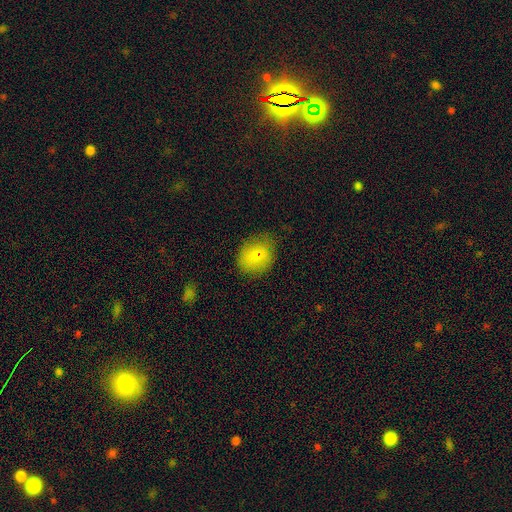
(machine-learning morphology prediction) The model was most divided on "how rounded": round: 57%, in between: 42%, cigar-shaped: 1%. More confident: smooth or featured — smooth (75%); merging — none (70%).